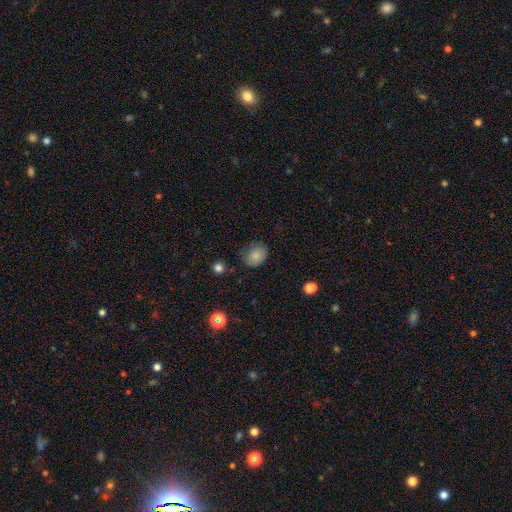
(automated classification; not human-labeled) This appears to be a smooth galaxy with no disk features (81%) that is round (55%). Merging: none (63%).